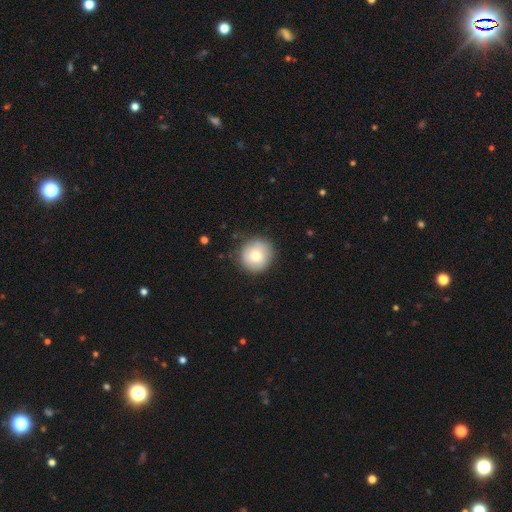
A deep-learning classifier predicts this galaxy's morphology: A smooth galaxy with no disk features (77%) that is round (93%). Merging: none (84%).